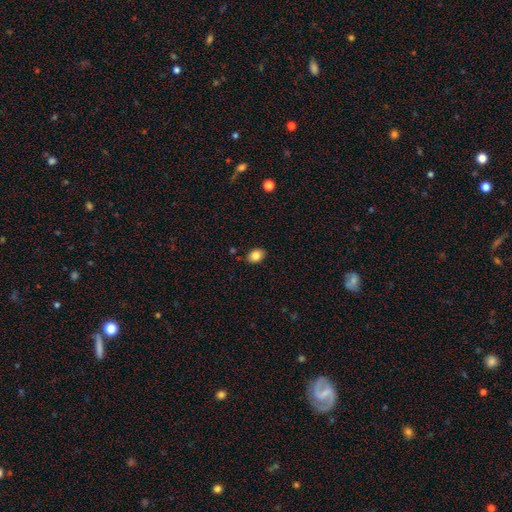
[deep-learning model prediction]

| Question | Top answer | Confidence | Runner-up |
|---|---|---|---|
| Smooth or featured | smooth | 84% | star or artifact (9%) |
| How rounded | in between | 66% | round (33%) |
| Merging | none | 86% | minor disturbance (10%) |